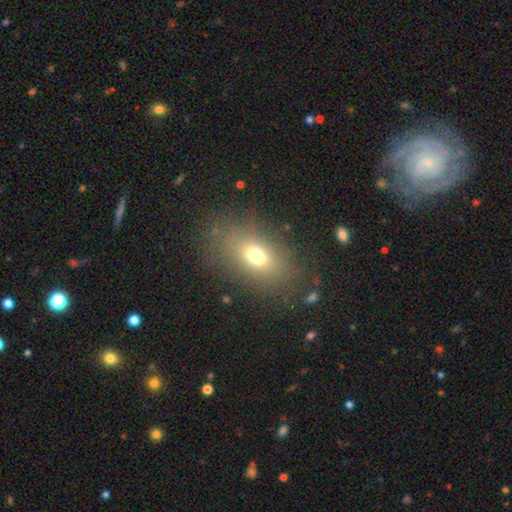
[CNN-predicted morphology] Smooth or featured? Predicted: smooth (p=0.70). How rounded? Predicted: in between (p=0.80). Merging? Predicted: none (p=0.80).